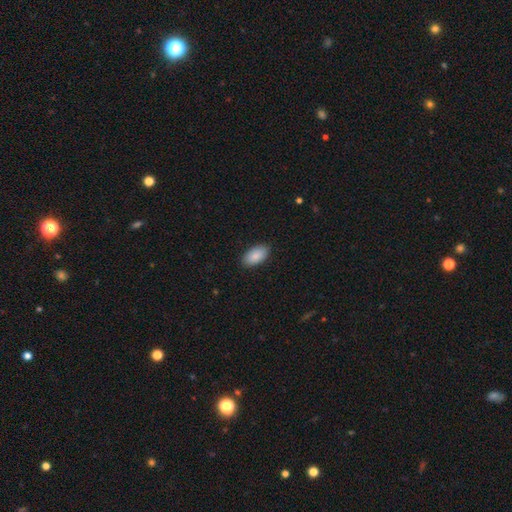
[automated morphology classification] Overall: smooth (88%). How rounded: in between (95%). Merging: none (88%).